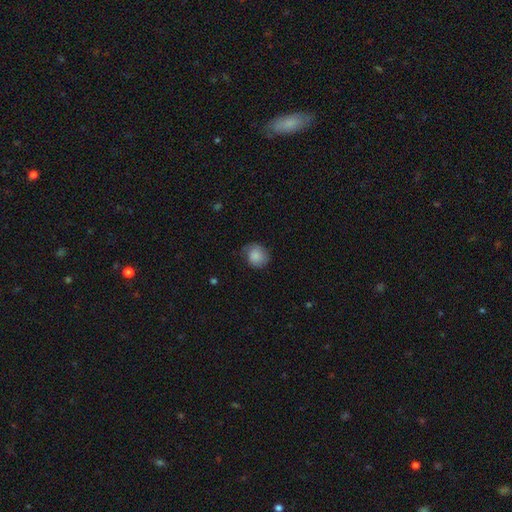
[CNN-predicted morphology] A smooth galaxy with no disk features (82%) that is round (76%).

Vote fractions:
- Smooth or featured? smooth: 82% / featured or disk: 11% / star or artifact: 7%
- How rounded? round: 76% / in between: 23% / cigar-shaped: 1%
- Merging? none: 58% / minor disturbance: 30% / major disturbance: 11% / merger: 1%